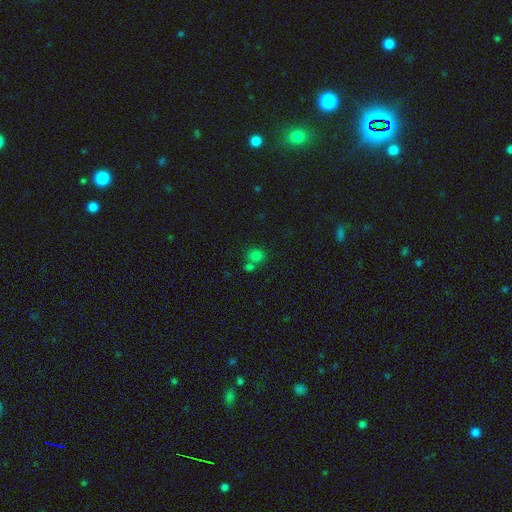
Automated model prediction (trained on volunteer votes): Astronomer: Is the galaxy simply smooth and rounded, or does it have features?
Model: smooth — 78%.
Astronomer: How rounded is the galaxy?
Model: round — 69%.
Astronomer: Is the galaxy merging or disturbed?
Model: none — 53% (runner-up: merger, 34%).